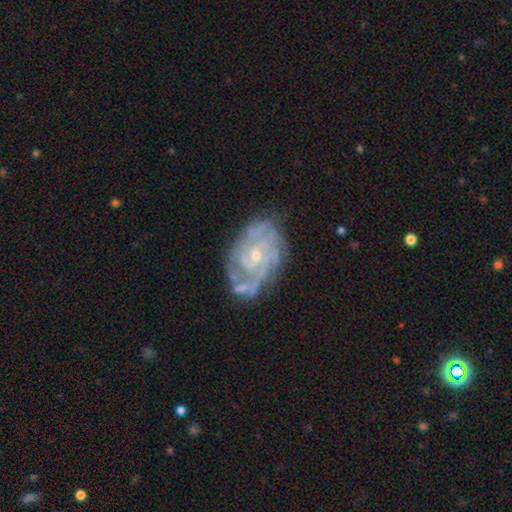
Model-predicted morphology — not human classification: smooth_or_featured: featured or disk (p=0.88) [alt: smooth p=0.07]
disk_edge_on: no (p=0.97) [alt: yes p=0.03]
bar: no (p=0.59) [alt: weak p=0.34]
has_spiral_arms: yes (p=0.96) [alt: no p=0.04]
spiral_winding: tight (p=0.66) [alt: medium p=0.29]
spiral_arm_count: can't tell (p=0.26) [alt: 3 p=0.25]
bulge_size: small (p=0.66) [alt: moderate p=0.29]
merging: none (p=0.65) [alt: minor disturbance p=0.22]